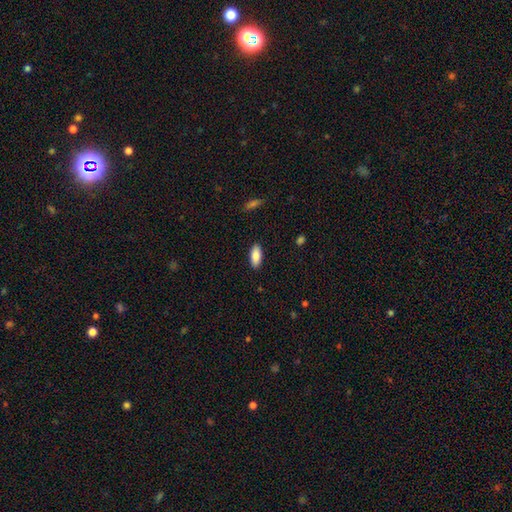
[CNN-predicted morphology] A smooth galaxy with no disk features (87%) that is in between round and cigar-shaped (86%).

Vote fractions:
- Smooth or featured? smooth: 87% / featured or disk: 7% / star or artifact: 6%
- How rounded? in between: 86% / cigar-shaped: 12% / round: 2%
- Merging? none: 89% / minor disturbance: 8% / major disturbance: 2% / merger: 1%